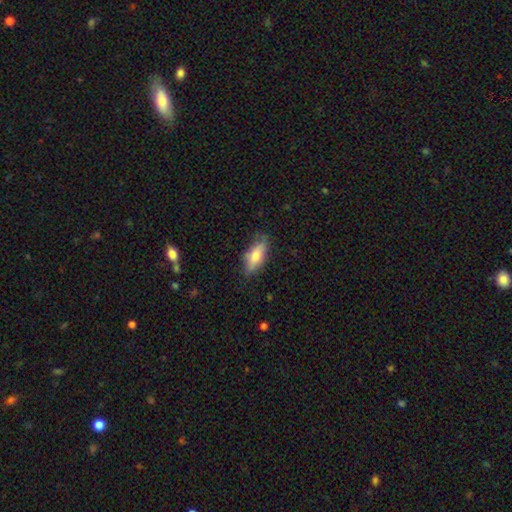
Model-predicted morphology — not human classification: type=smooth (67%); roundness=in between (71%); merging=none (74%).